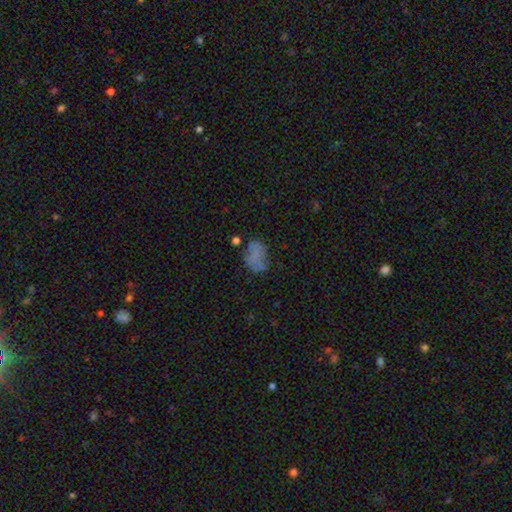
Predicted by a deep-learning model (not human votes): Smooth or featured: smooth — 63% (featured or disk — 21%)
How rounded: in between — 81% (round — 18%)
Merging: none — 52% (minor disturbance — 25%)